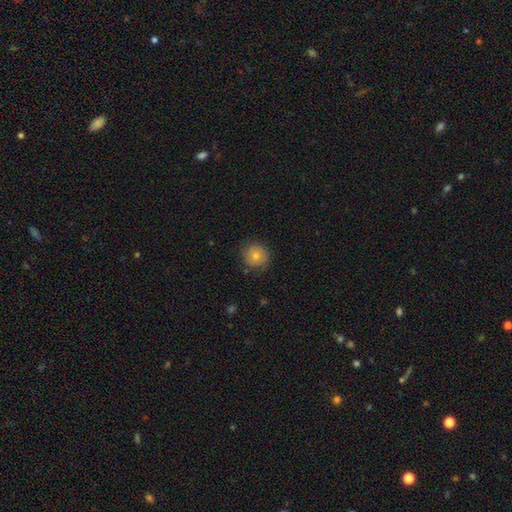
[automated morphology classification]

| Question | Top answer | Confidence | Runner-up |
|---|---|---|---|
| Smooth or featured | smooth | 72% | featured or disk (17%) |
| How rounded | round | 91% | in between (8%) |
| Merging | none | 82% | minor disturbance (14%) |